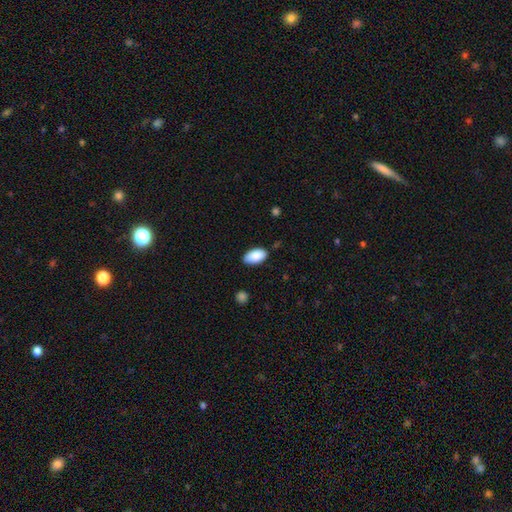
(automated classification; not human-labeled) A smooth galaxy with no disk features (88%) that is in between round and cigar-shaped (95%). Merging: none (82%).